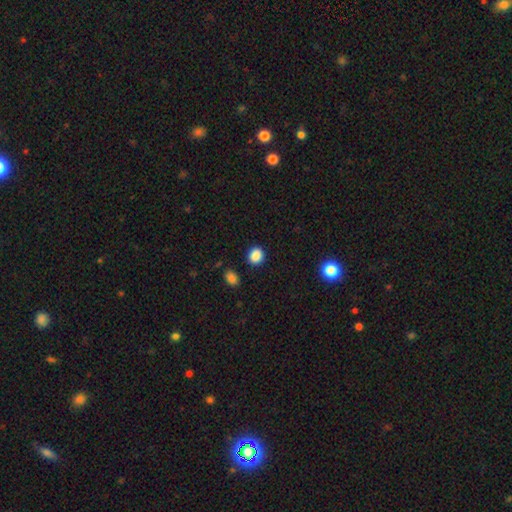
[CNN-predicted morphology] Smooth or featured? smooth (87%)
How rounded? round (72%)
Merging? none (88%)